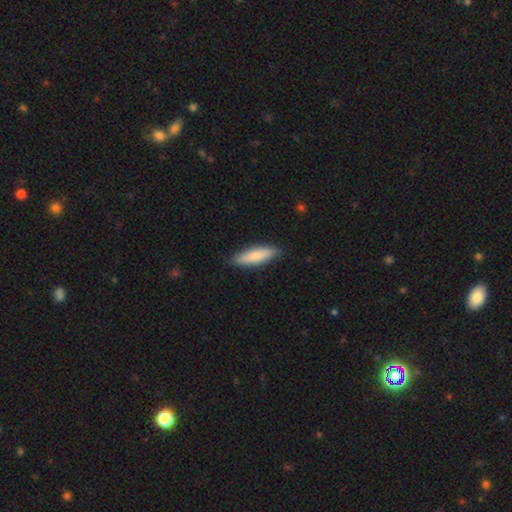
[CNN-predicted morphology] smooth_or_featured: smooth (p=0.80) [alt: featured or disk p=0.15]
how_rounded: cigar-shaped (p=0.67) [alt: in between p=0.32]
merging: none (p=0.88) [alt: minor disturbance p=0.10]